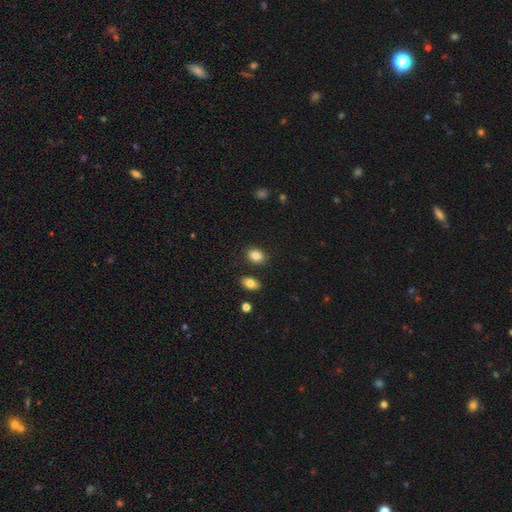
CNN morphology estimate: A smooth galaxy with no disk features (84%) that is in between round and cigar-shaped (71%).

Vote fractions:
- Smooth or featured? smooth: 84% / star or artifact: 9% / featured or disk: 7%
- How rounded? in between: 71% / round: 27% / cigar-shaped: 1%
- Merging? none: 83% / minor disturbance: 10% / merger: 5% / major disturbance: 3%